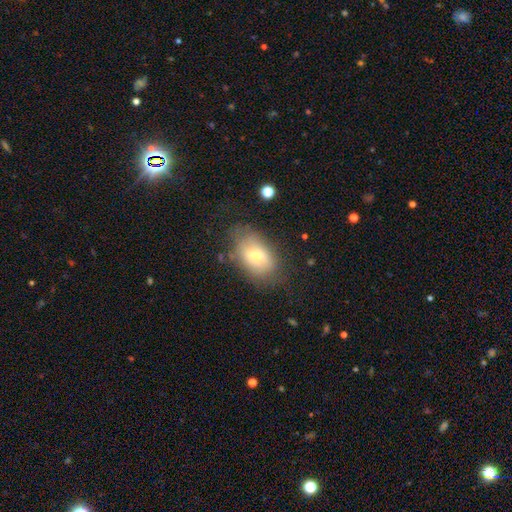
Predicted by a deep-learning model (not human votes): This is likely a smooth galaxy (70%). How rounded: clearly in between (86%). Merging: likely none (64%).